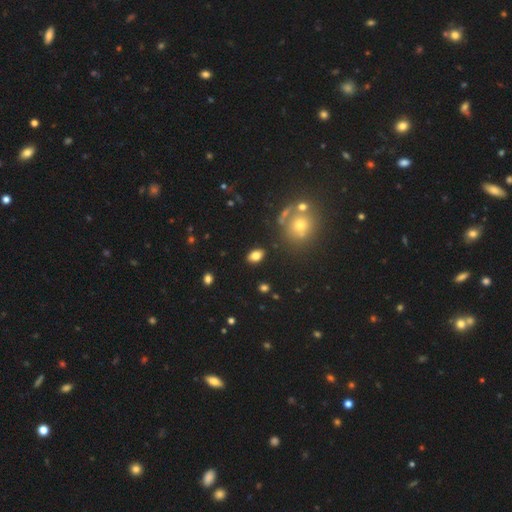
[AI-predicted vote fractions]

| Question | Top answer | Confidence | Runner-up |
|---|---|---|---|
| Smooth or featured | smooth | 81% | star or artifact (11%) |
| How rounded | in between | 87% | round (11%) |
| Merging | none | 86% | minor disturbance (9%) |